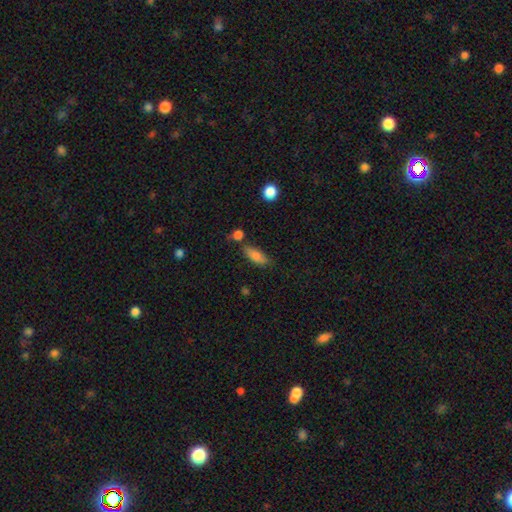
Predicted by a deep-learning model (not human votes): Morphology: type=smooth (81%); roundness=in between (71%); merging=none (70%).